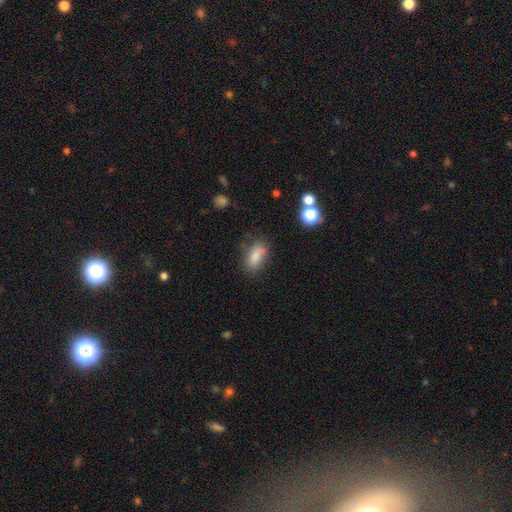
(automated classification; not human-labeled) smooth 82%, star or artifact 10%, featured or disk 8%. Down the decision tree: how rounded — in between (85%); merging — none (67%).